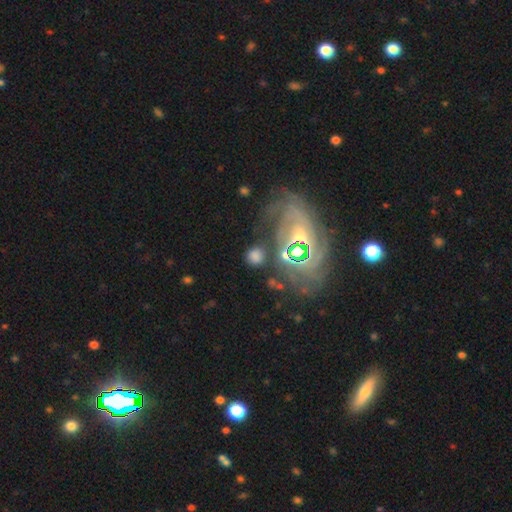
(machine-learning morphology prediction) Smooth or featured: smooth — 63% (star or artifact — 22%)
How rounded: round — 81% (in between — 17%)
Merging: none — 73% (minor disturbance — 12%)